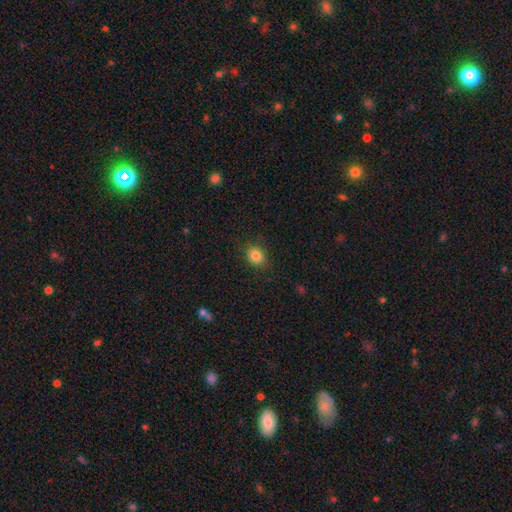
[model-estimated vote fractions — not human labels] Overall: smooth (84%). How rounded: round (59%; in between 40%). Merging: none (84%).